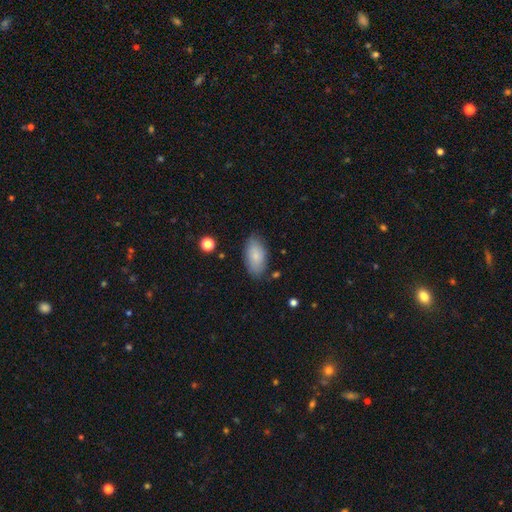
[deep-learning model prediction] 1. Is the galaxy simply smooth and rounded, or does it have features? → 80% smooth, 13% featured or disk, 7% star or artifact.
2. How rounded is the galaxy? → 94% in between, 3% round, 3% cigar-shaped.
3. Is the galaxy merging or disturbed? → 80% none, 15% minor disturbance, 3% major disturbance, 2% merger.